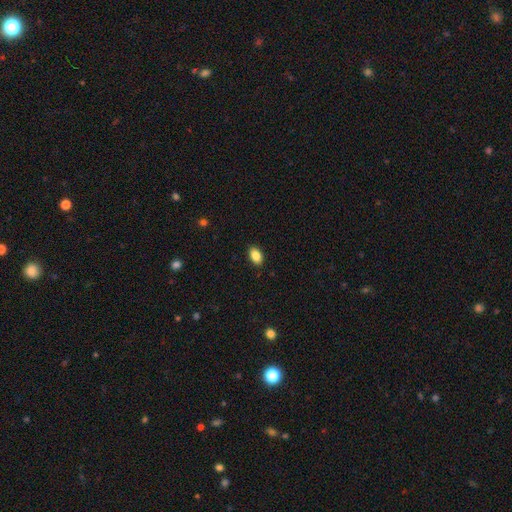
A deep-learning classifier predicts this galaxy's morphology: smooth 86%, star or artifact 8%, featured or disk 6%. Down the decision tree: how rounded — in between (89%); merging — none (89%).